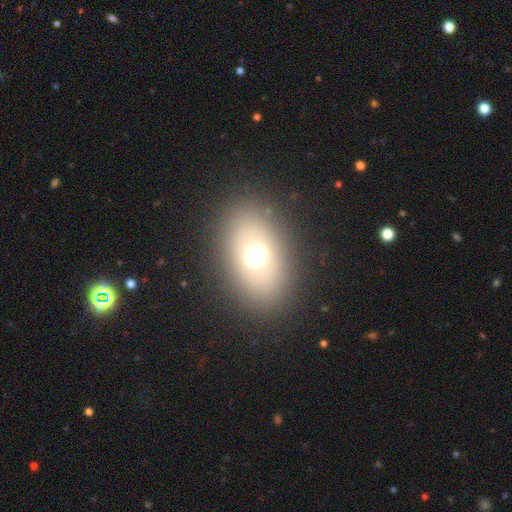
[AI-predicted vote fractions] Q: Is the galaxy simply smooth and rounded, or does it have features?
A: smooth — 62%.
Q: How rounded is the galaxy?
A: in between — 75%.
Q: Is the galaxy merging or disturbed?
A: none — 85%.